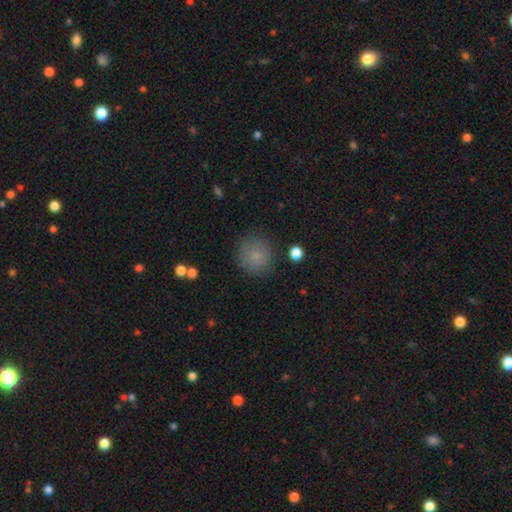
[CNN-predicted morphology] smooth-or-featured: smooth: 79% | star or artifact: 12% | featured or disk: 9%
  how-rounded: round: 93% | in between: 6% | cigar-shaped: 1%
  merging: none: 83% | minor disturbance: 12% | major disturbance: 4% | merger: 2%